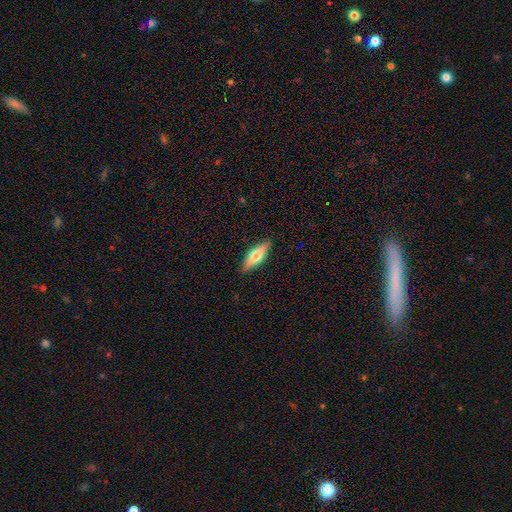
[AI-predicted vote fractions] Smooth or featured? smooth (57%)
How rounded? cigar-shaped (53%)
Merging? none (89%)